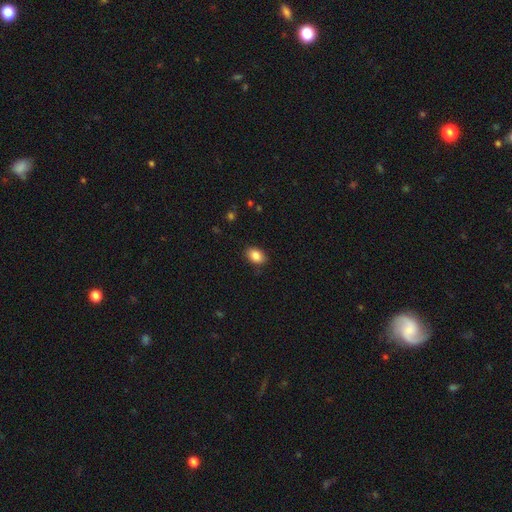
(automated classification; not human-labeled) Smooth or featured? smooth (87%)
How rounded? in between (84%)
Merging? none (86%)